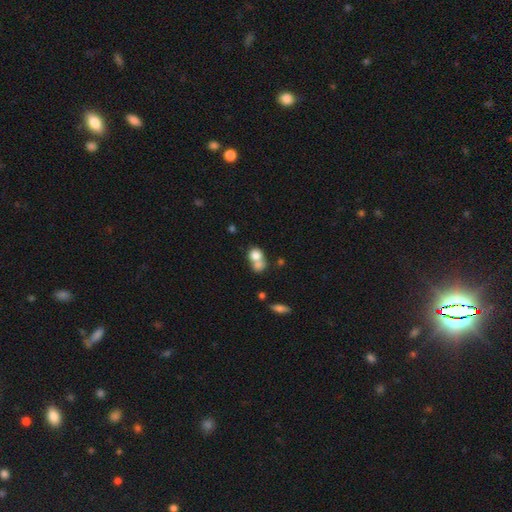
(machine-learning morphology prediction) type=smooth (77%); roundness=round (65%); merging=merger (60%).